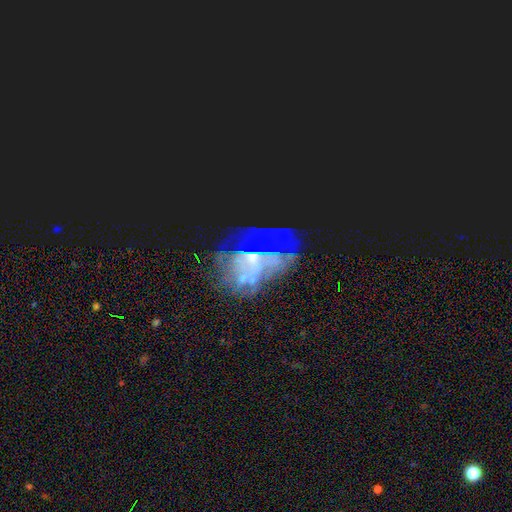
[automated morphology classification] Q: Smooth or featured?
A: star or artifact (48%); runner-up: featured or disk (37%)